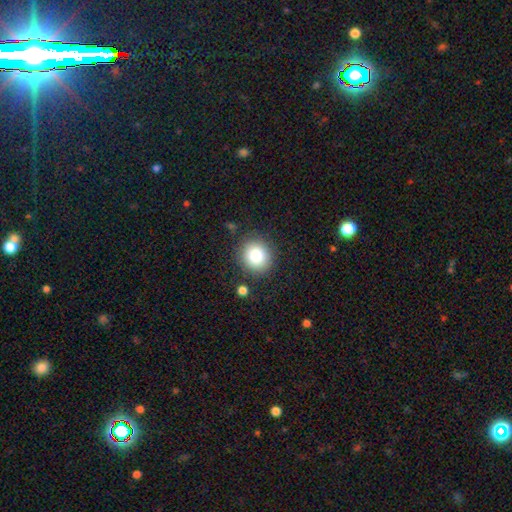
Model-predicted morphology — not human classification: type=smooth (83%); roundness=round (88%); merging=none (87%).